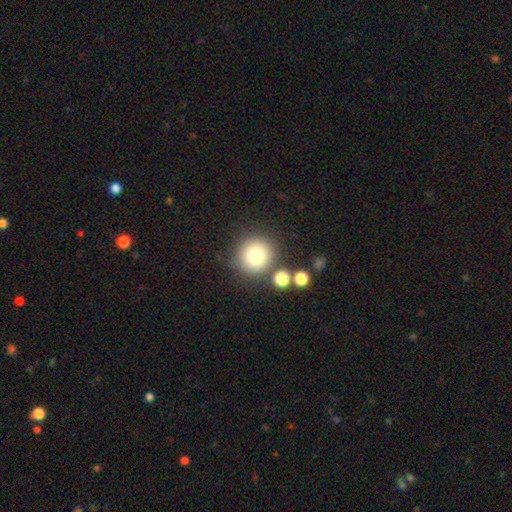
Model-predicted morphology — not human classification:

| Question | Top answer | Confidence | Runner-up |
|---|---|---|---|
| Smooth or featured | smooth | 78% | star or artifact (12%) |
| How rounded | round | 93% | in between (6%) |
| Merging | none | 80% | minor disturbance (9%) |